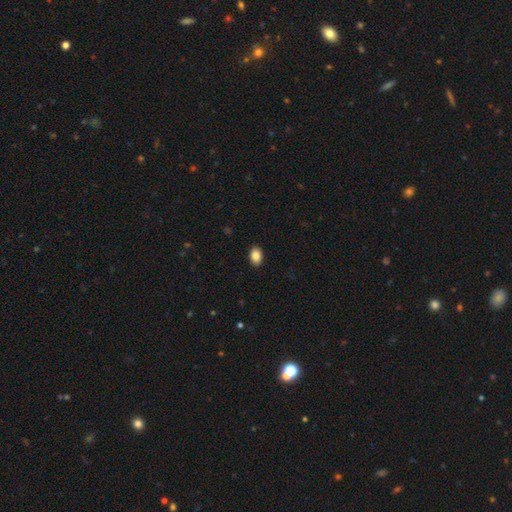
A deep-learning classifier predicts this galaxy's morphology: Smooth or featured? smooth (87%)
How rounded? in between (82%)
Merging? none (90%)